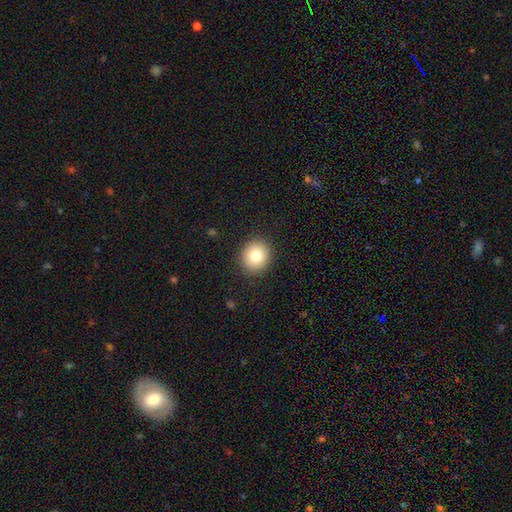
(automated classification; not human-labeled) The model was most divided on "how rounded": round: 79%, in between: 20%, cigar-shaped: 1%. More confident: merging — none (90%); smooth or featured — smooth (80%).